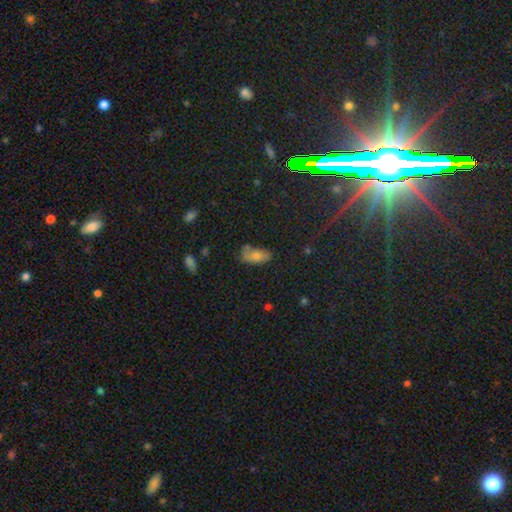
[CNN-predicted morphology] A smooth galaxy with no disk features (70%) that is in between round and cigar-shaped (91%). Merging: none (50%).